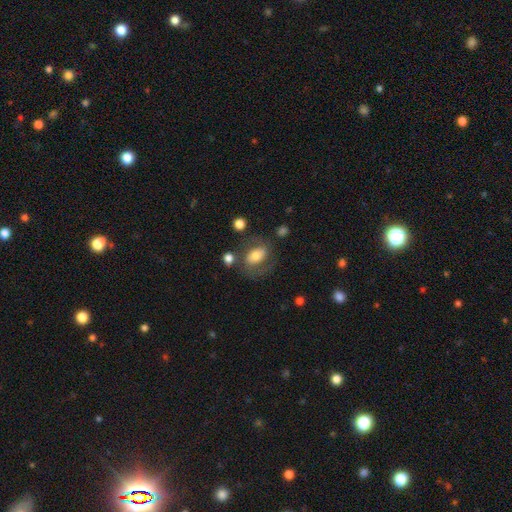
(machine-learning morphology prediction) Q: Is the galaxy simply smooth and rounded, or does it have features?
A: smooth — 54%.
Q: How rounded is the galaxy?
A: in between — 76%.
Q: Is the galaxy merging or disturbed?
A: none — 57%.